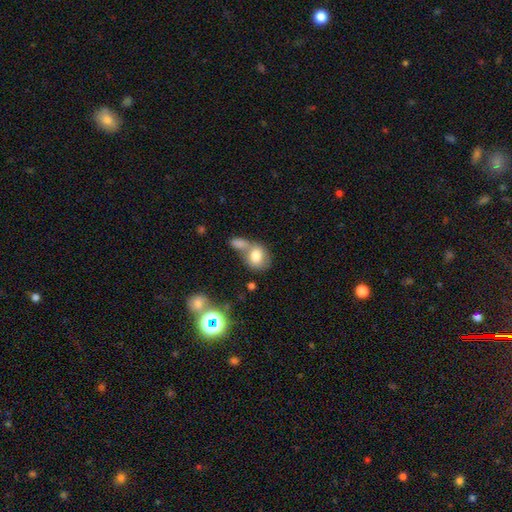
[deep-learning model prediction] smooth 77%, featured or disk 14%, star or artifact 9%. Down the decision tree: how rounded — round (53%); merging — merger (50%).